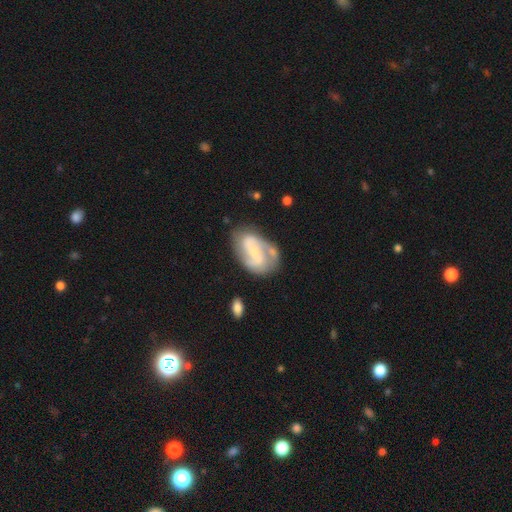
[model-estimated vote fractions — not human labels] Overall: featured or disk (78%). Edge-on disk: no (97%). Bar: weak (43%; no 37%). Spiral arms: yes (91%). Spiral arm count: 2 (77%). Spiral winding: medium (46%; tight 28%). Bulge size: small (58%; moderate 24%). Merging: none (64%).